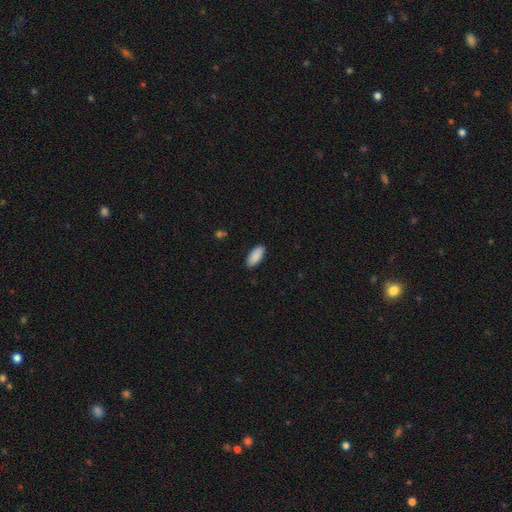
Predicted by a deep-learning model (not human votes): This is clearly a smooth galaxy (90%). How rounded: clearly in between (90%). Merging: clearly none (89%).